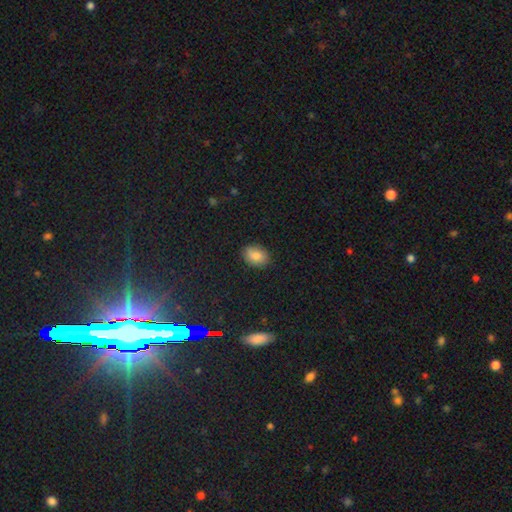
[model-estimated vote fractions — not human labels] Morphology: type=smooth (84%); roundness=in between (76%); merging=none (86%).